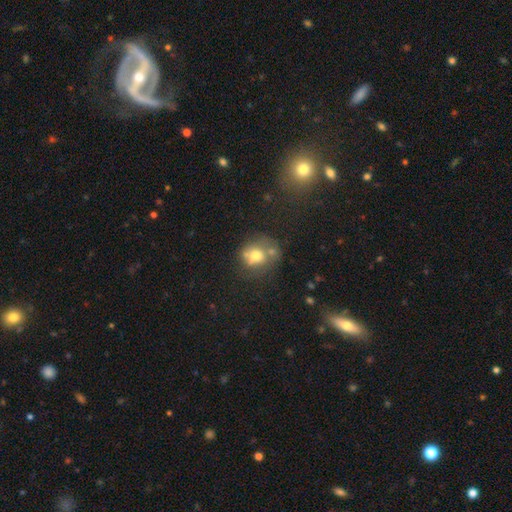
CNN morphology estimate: This appears to be a smooth galaxy with no disk features (67%) that is round (74%). Merging: none (43%).